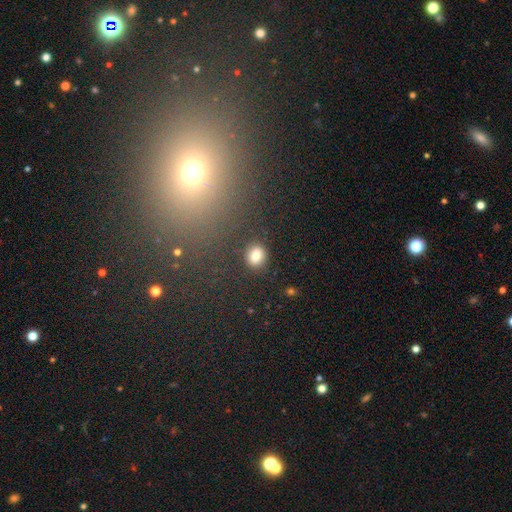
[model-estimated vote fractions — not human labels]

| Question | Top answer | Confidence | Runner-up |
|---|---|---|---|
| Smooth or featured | smooth | 82% | star or artifact (11%) |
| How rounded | round | 54% | in between (45%) |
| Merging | none | 84% | minor disturbance (10%) |